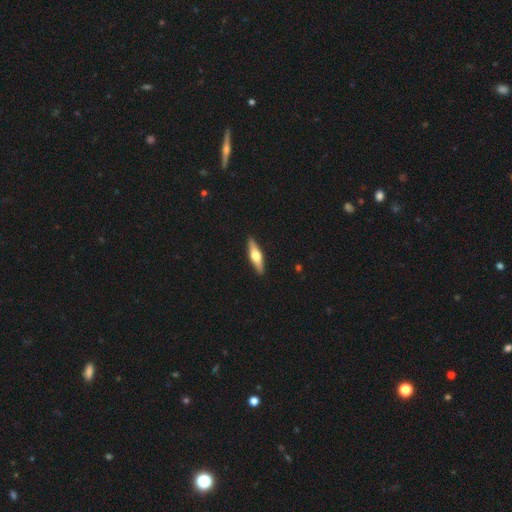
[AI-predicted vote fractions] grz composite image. It shows a featured or disk galaxy (57%) viewed edge-on (95%) with a rounded central bulge (94%). Merging: none (91%).